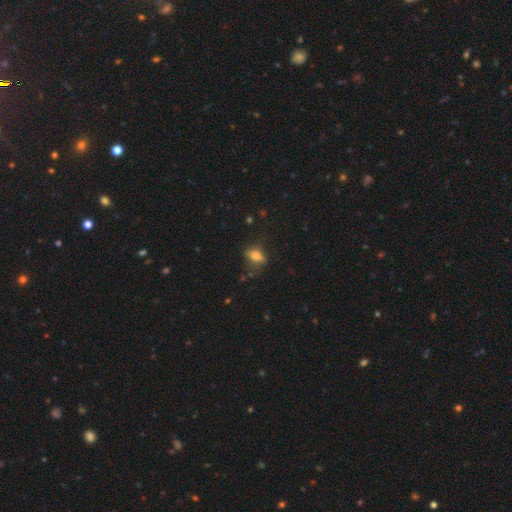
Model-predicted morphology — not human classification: Overall: smooth (67%). How rounded: in between (75%). Merging: none (64%).